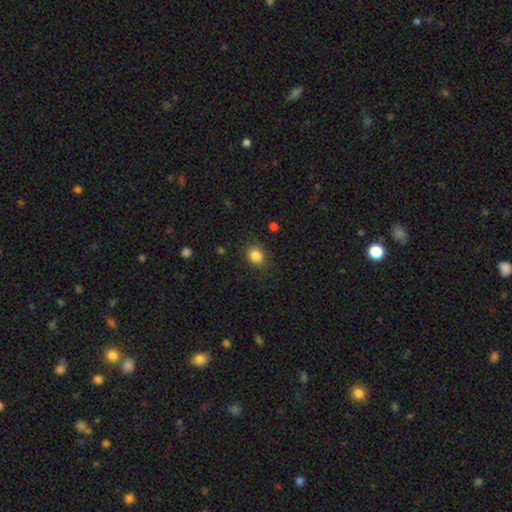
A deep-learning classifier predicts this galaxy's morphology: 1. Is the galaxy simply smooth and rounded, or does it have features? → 85% smooth, 10% star or artifact, 5% featured or disk.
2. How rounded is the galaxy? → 59% round, 40% in between, 1% cigar-shaped.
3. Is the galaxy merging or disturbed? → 85% none, 11% minor disturbance, 3% major disturbance, 1% merger.